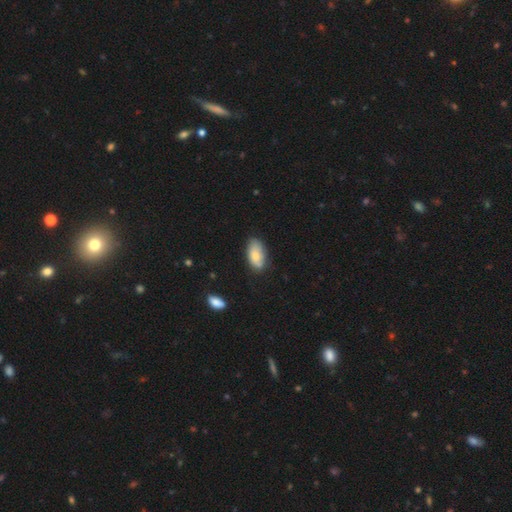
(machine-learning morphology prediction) A smooth galaxy with no disk features (73%) that is in between round and cigar-shaped (93%). Merging: none (66%).